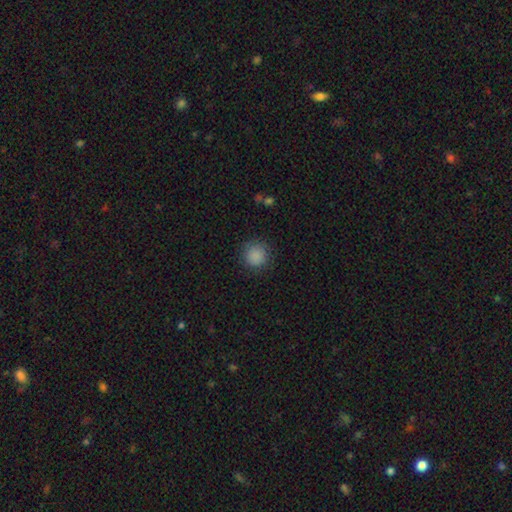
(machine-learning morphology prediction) smooth-or-featured: smooth: 87% | star or artifact: 9% | featured or disk: 4%
  how-rounded: round: 94% | in between: 5% | cigar-shaped: 1%
  merging: none: 87% | minor disturbance: 9% | major disturbance: 3% | merger: 1%